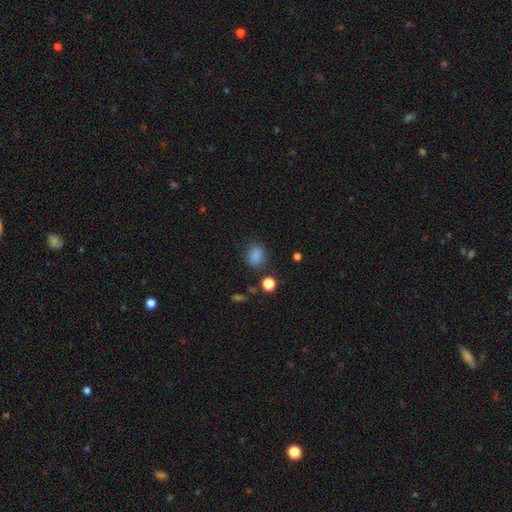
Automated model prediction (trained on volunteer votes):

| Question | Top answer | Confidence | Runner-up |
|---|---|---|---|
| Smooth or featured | smooth | 84% | star or artifact (11%) |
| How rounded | in between | 55% | round (43%) |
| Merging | none | 79% | minor disturbance (14%) |